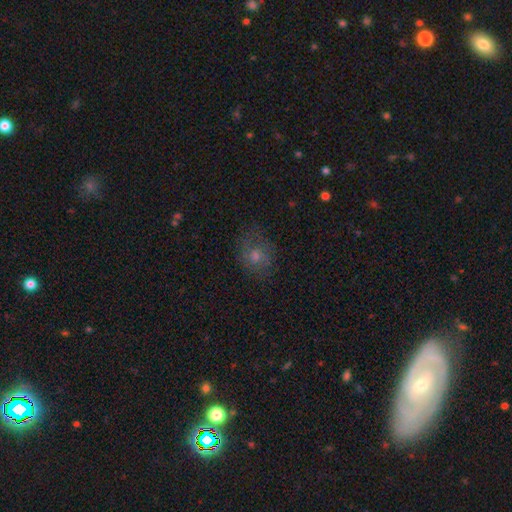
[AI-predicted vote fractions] Smooth or featured: smooth — 55% (featured or disk — 24%)
How rounded: round — 64% (in between — 35%)
Merging: none — 69% (minor disturbance — 20%)